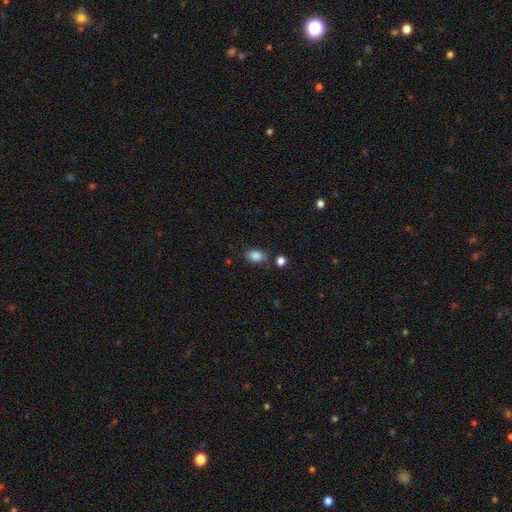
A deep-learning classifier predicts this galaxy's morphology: Smooth or featured?
  - smooth: 86% *
  - star or artifact: 9%
  - featured or disk: 5%
How rounded?
  - in between: 81% *
  - round: 17%
  - cigar-shaped: 1%
Merging?
  - none: 74% *
  - minor disturbance: 14%
  - merger: 8%
  - major disturbance: 4%